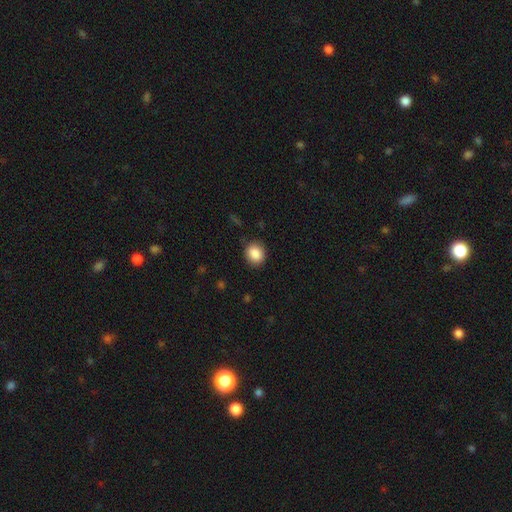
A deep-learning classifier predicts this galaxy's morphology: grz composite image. It shows a smooth galaxy with no disk features (88%) that is round (66%). Merging: none (86%).